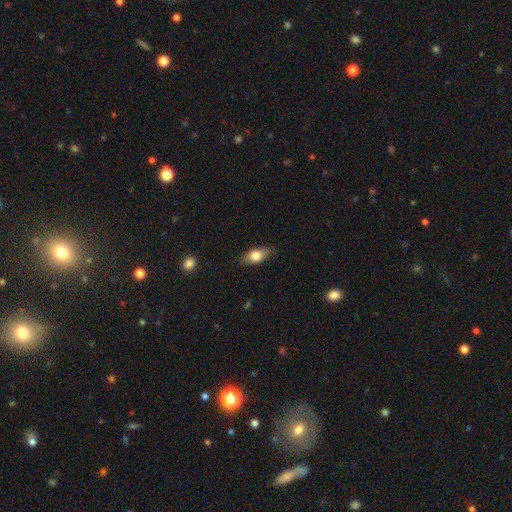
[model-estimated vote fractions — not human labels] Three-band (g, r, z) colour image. It shows a smooth galaxy with no disk features (76%) that is in between round and cigar-shaped (85%). Merging: none (82%).